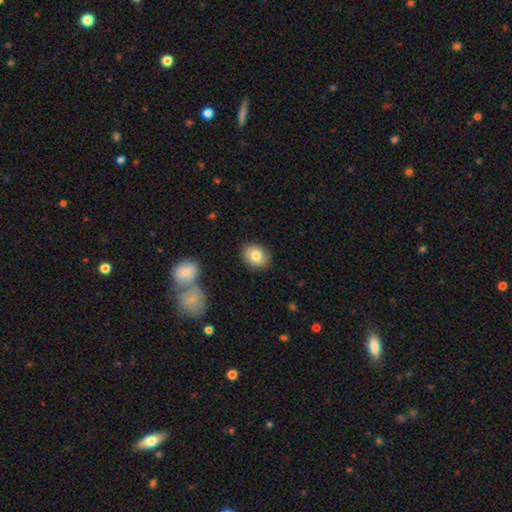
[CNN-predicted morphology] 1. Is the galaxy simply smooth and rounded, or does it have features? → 81% smooth, 11% featured or disk, 8% star or artifact.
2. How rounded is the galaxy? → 57% in between, 42% round, 1% cigar-shaped.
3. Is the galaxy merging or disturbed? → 86% none, 10% minor disturbance, 2% major disturbance, 2% merger.